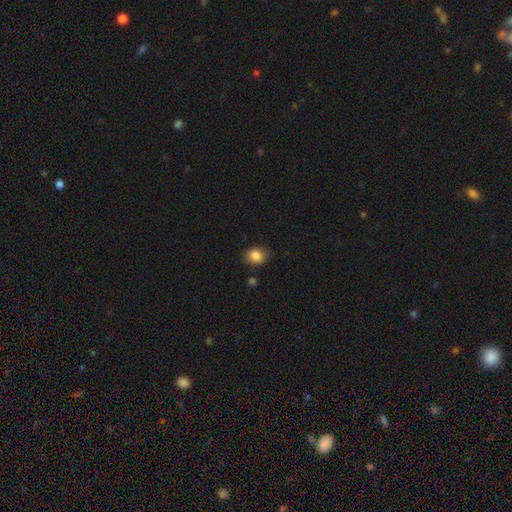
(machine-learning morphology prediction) smooth 85%, star or artifact 9%, featured or disk 6%. Down the decision tree: how rounded — in between (52%); merging — none (78%).